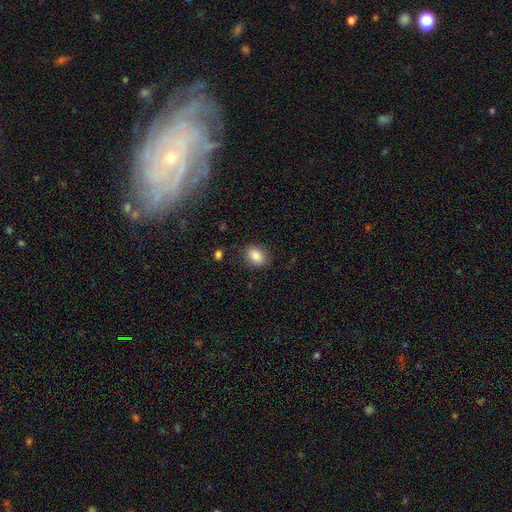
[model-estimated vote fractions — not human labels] This appears to be a smooth galaxy with no disk features (86%) that is in between round and cigar-shaped (66%). Merging: none (84%).